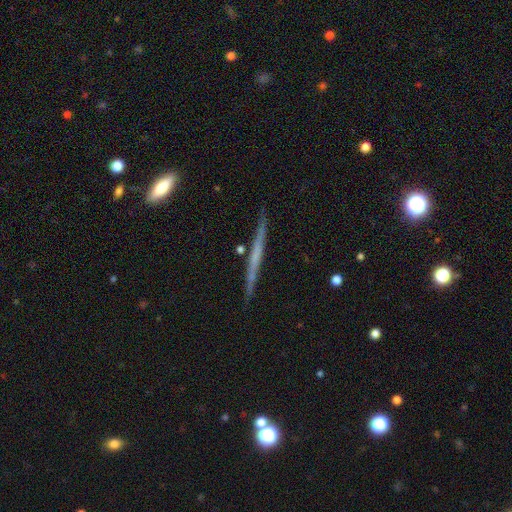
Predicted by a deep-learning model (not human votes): featured or disk 61%, smooth 33%, star or artifact 6%. Down the decision tree: edge-on disk — yes (97%); edge-on bulge — none (83%); merging — none (87%).